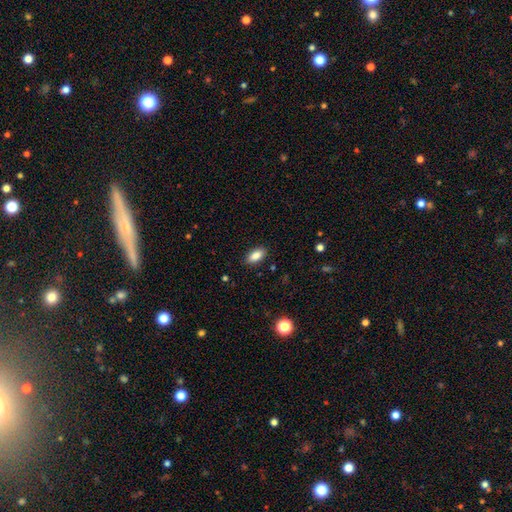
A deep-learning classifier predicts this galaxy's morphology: smooth_or_featured: smooth (p=0.87) [alt: star or artifact p=0.07]
how_rounded: in between (p=0.91) [alt: cigar-shaped p=0.06]
merging: none (p=0.88) [alt: minor disturbance p=0.09]